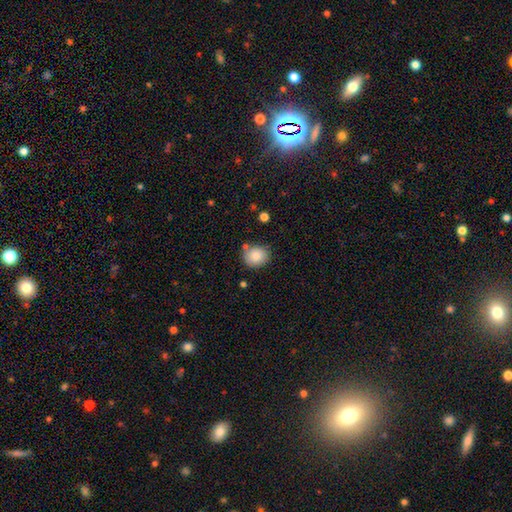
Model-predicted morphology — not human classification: The model was most divided on "how rounded": round: 75%, in between: 24%, cigar-shaped: 1%. More confident: smooth or featured — smooth (86%); merging — none (78%).